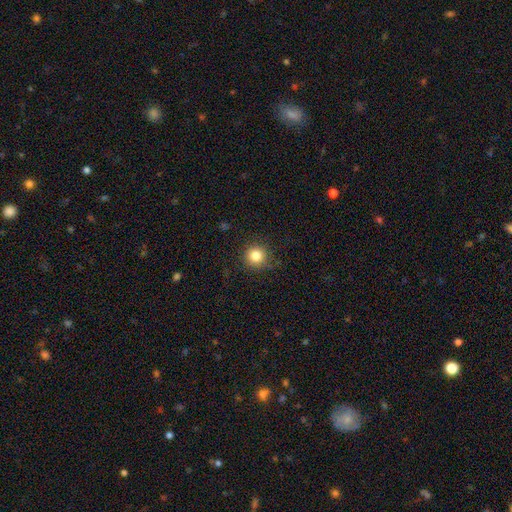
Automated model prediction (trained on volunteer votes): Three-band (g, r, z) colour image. It shows a smooth galaxy with no disk features (83%) that is round (95%). Merging: none (89%).